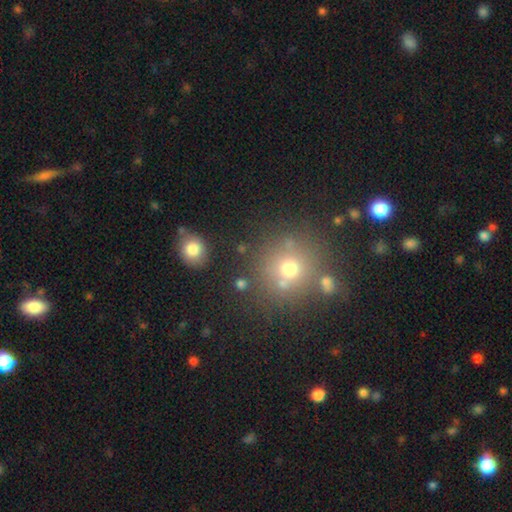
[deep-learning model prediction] smooth-or-featured: smooth: 52% | star or artifact: 37% | featured or disk: 12%
  how-rounded: round: 89% | in between: 10% | cigar-shaped: 1%
  merging: none: 79% | minor disturbance: 9% | merger: 9% | major disturbance: 4%